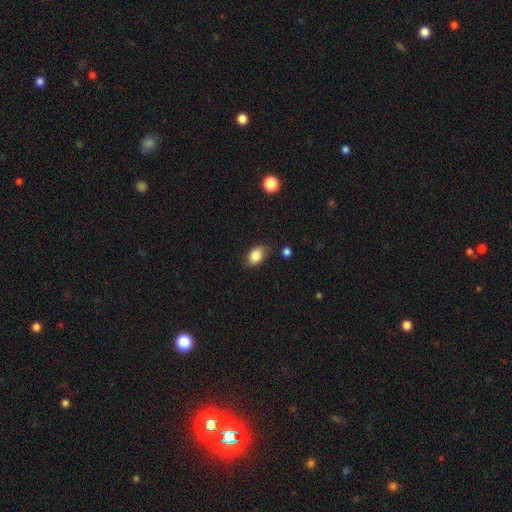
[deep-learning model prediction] smooth_or_featured: smooth (p=0.84) [alt: star or artifact p=0.08]
how_rounded: in between (p=0.81) [alt: round p=0.18]
merging: none (p=0.78) [alt: minor disturbance p=0.16]